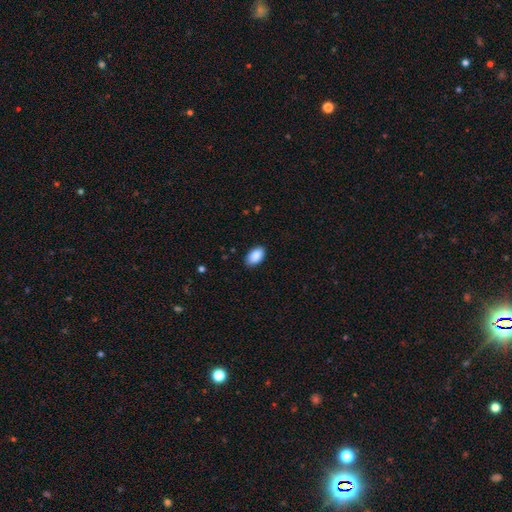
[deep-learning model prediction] A smooth galaxy with no disk features (90%) that is in between round and cigar-shaped (94%).

Vote fractions:
- Smooth or featured? smooth: 90% / star or artifact: 6% / featured or disk: 4%
- How rounded? in between: 94% / round: 5% / cigar-shaped: 1%
- Merging? none: 86% / minor disturbance: 11% / major disturbance: 2% / merger: 1%